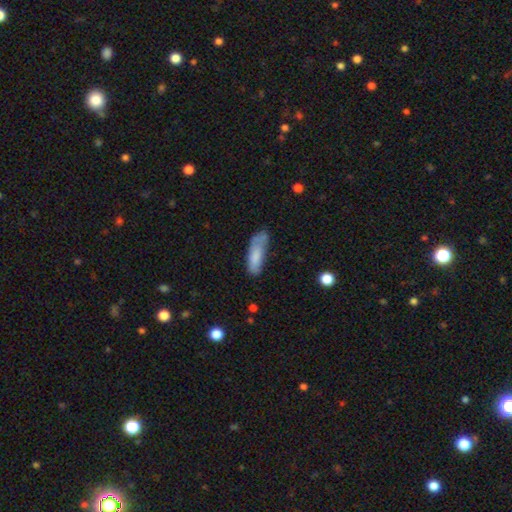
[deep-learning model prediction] Smooth or featured? smooth (75%)
How rounded? in between (51%)
Merging? none (45%)